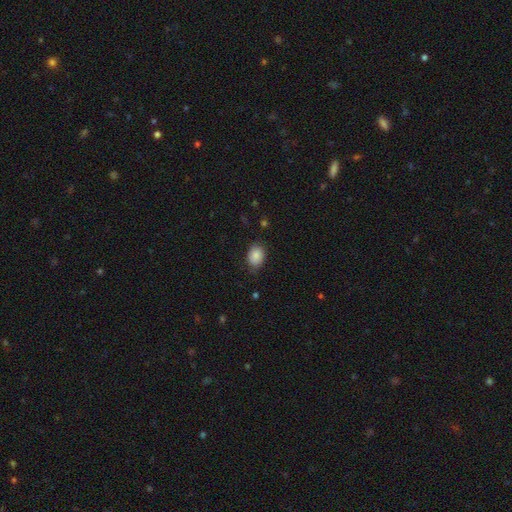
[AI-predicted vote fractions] smooth 87%, star or artifact 8%, featured or disk 5%. Down the decision tree: how rounded — in between (71%); merging — none (76%).